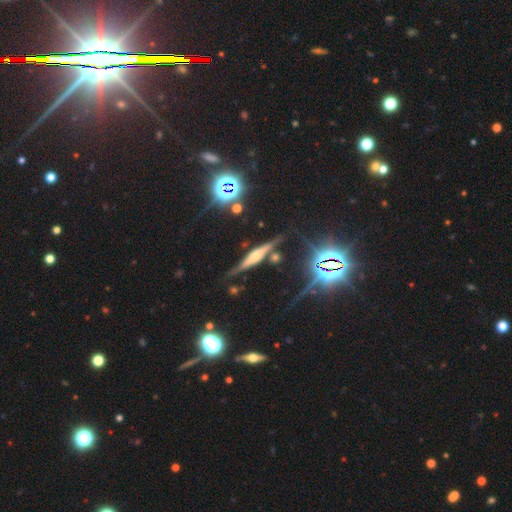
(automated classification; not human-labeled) smooth_or_featured: featured or disk (p=0.70) [alt: smooth p=0.17]
disk_edge_on: yes (p=0.94) [alt: no p=0.06]
edge_on_bulge: rounded (p=0.56) [alt: boxy p=0.35]
merging: none (p=0.72) [alt: minor disturbance p=0.17]